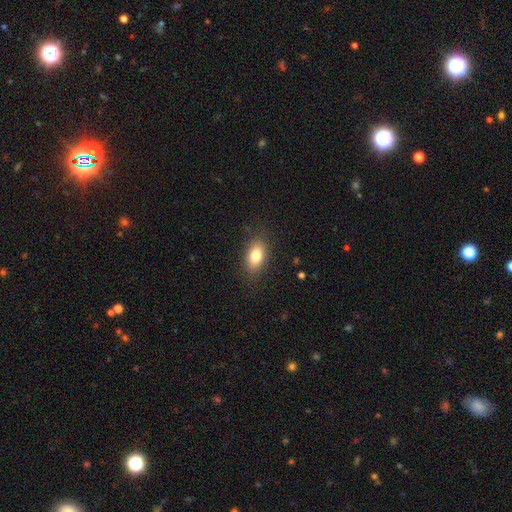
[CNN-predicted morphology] Overall: smooth (79%). How rounded: in between (88%). Merging: none (85%).